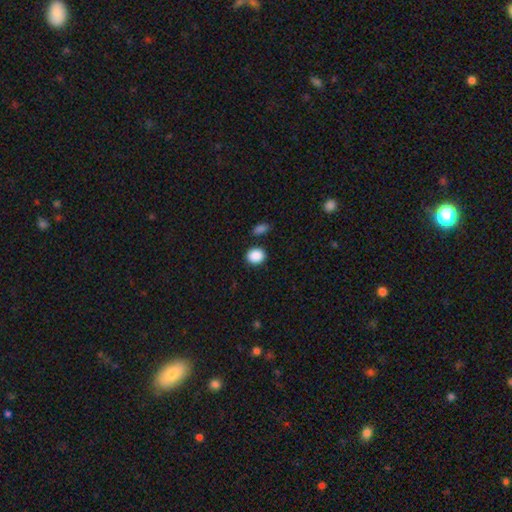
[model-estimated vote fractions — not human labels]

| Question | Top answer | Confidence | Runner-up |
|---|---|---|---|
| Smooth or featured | smooth | 89% | star or artifact (8%) |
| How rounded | round | 71% | in between (28%) |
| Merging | none | 84% | minor disturbance (9%) |